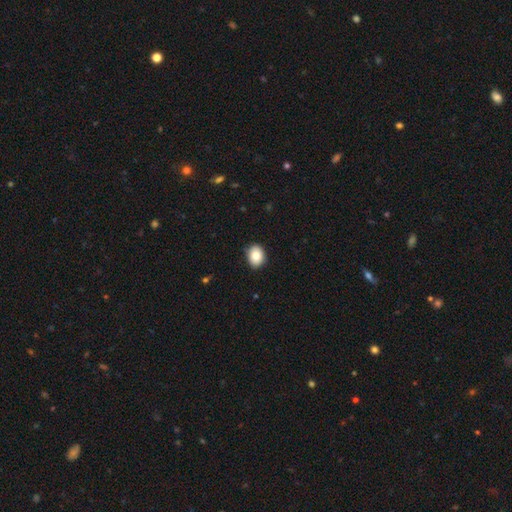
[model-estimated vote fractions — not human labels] This appears to be a smooth galaxy with no disk features (83%) that is in between round and cigar-shaped (63%). Merging: none (87%).